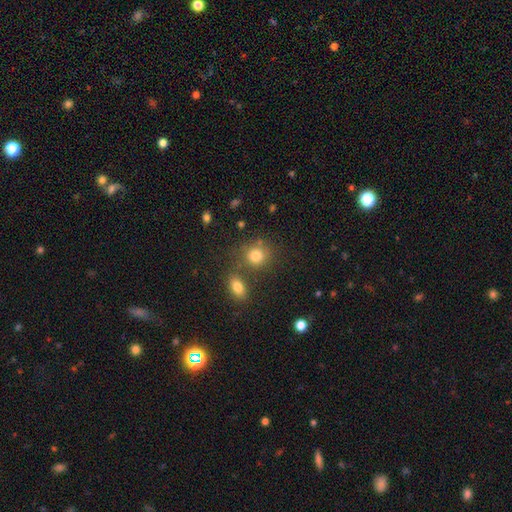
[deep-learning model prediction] Overall: smooth (80%). How rounded: round (74%). Merging: none (64%).